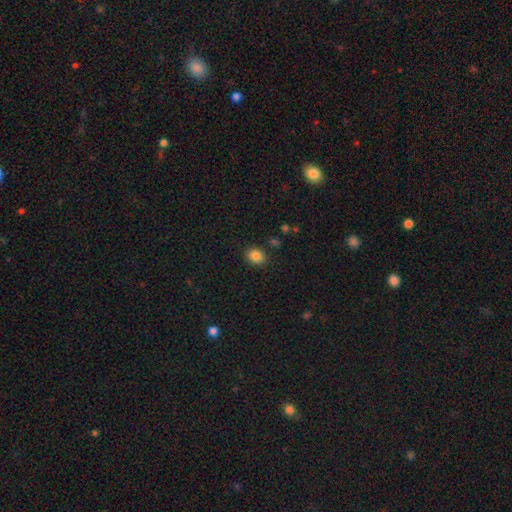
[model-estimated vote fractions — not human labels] This appears to be a smooth galaxy with no disk features (85%) that is in between round and cigar-shaped (58%). Merging: none (86%).